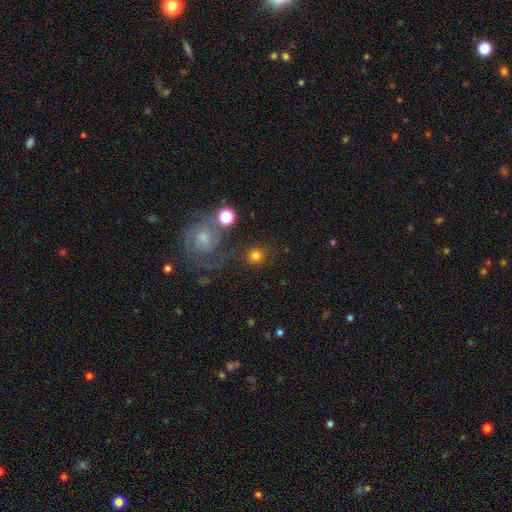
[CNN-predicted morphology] smooth-or-featured: smooth: 77% | star or artifact: 12% | featured or disk: 11%
  how-rounded: round: 91% | in between: 8% | cigar-shaped: 1%
  merging: none: 79% | minor disturbance: 9% | merger: 6% | major disturbance: 6%